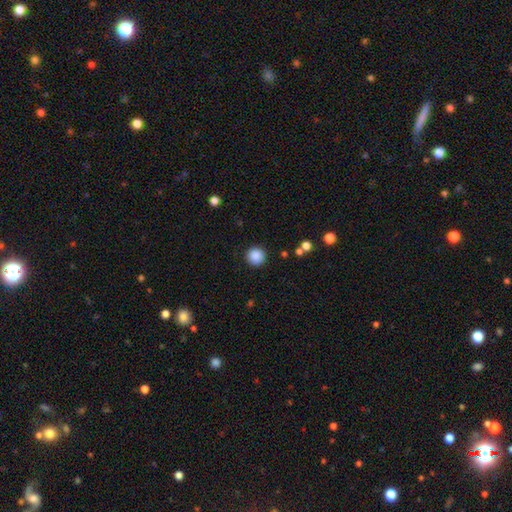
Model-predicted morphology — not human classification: smooth_or_featured: smooth (p=0.88) [alt: star or artifact p=0.09]
how_rounded: round (p=0.95) [alt: in between p=0.04]
merging: none (p=0.91) [alt: minor disturbance p=0.05]